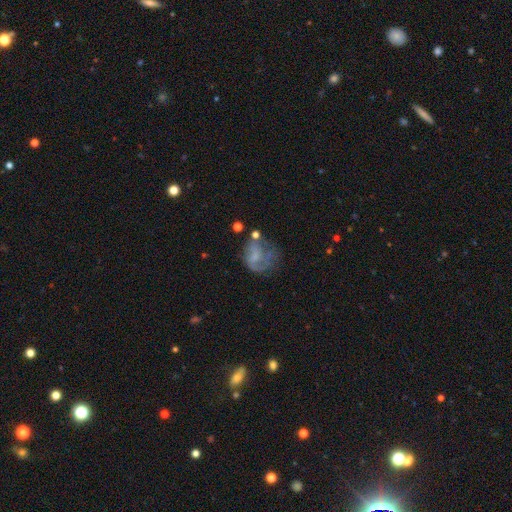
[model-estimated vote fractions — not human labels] Smooth or featured? Predicted: featured or disk (p=0.51). Edge-on disk? Predicted: no (p=0.98). Merging? Predicted: major disturbance (p=0.36).